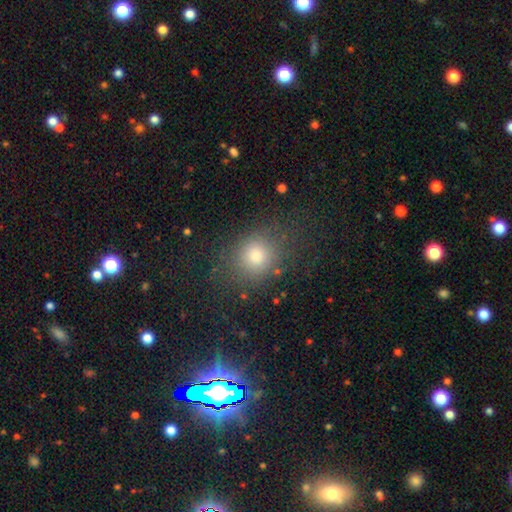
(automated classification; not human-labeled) Smooth or featured: smooth — 76% (star or artifact — 15%)
How rounded: round — 70% (in between — 28%)
Merging: none — 77% (minor disturbance — 13%)